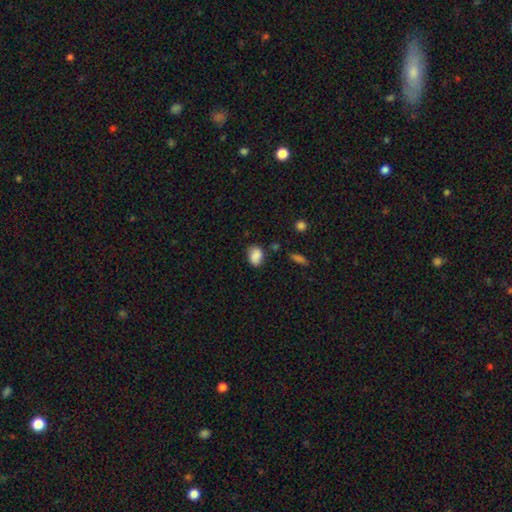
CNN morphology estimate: Overall: smooth (85%). How rounded: in between (73%). Merging: none (70%).